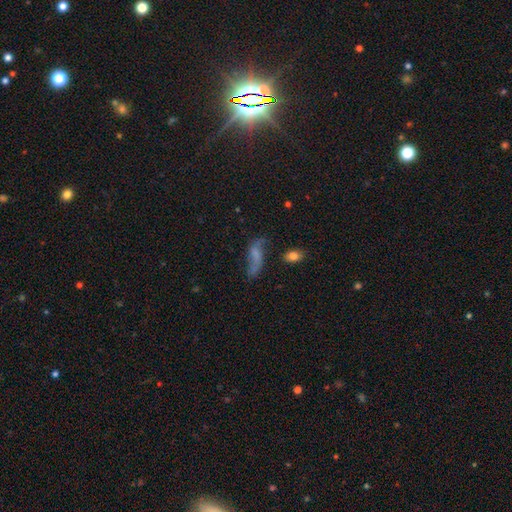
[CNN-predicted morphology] Smooth or featured?
  - featured or disk: 51% *
  - smooth: 34%
  - star or artifact: 14%
Edge-on disk?
  - no: 87% *
  - yes: 13%
Merging?
  - none: 49% *
  - minor disturbance: 23%
  - major disturbance: 21%
  - merger: 7%